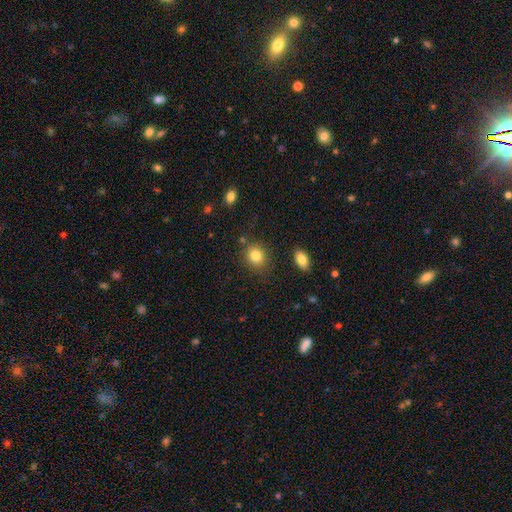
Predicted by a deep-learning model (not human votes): A smooth galaxy with no disk features (83%) that is round (63%).

Vote fractions:
- Smooth or featured? smooth: 83% / star or artifact: 10% / featured or disk: 7%
- How rounded? round: 63% / in between: 36% / cigar-shaped: 1%
- Merging? none: 80% / minor disturbance: 12% / merger: 4% / major disturbance: 4%